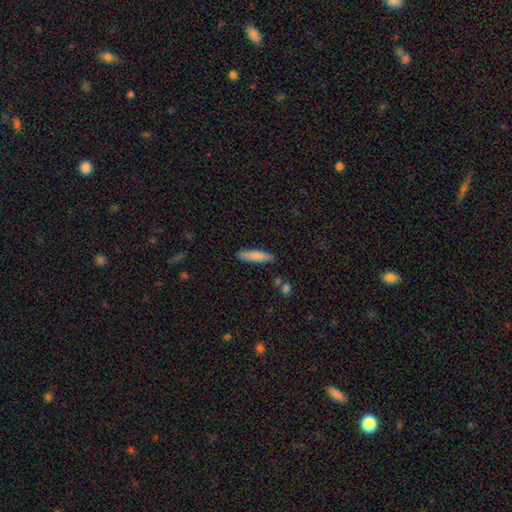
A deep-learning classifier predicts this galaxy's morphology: Smooth or featured? smooth (80%)
How rounded? cigar-shaped (78%)
Merging? none (86%)